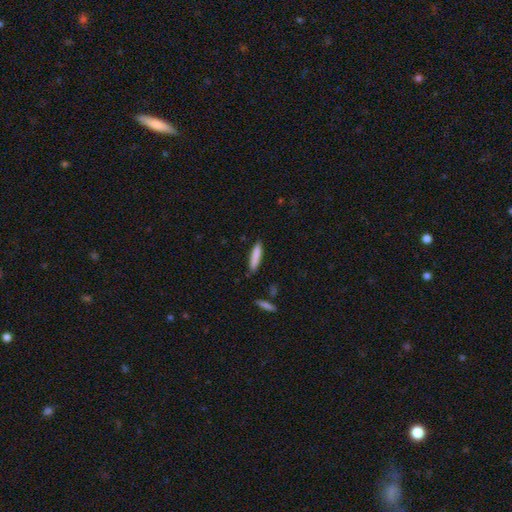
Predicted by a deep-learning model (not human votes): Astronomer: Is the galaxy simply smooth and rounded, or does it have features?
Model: smooth — 84%.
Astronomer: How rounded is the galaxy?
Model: cigar-shaped — 86%.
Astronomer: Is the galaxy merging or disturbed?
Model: none — 84%.